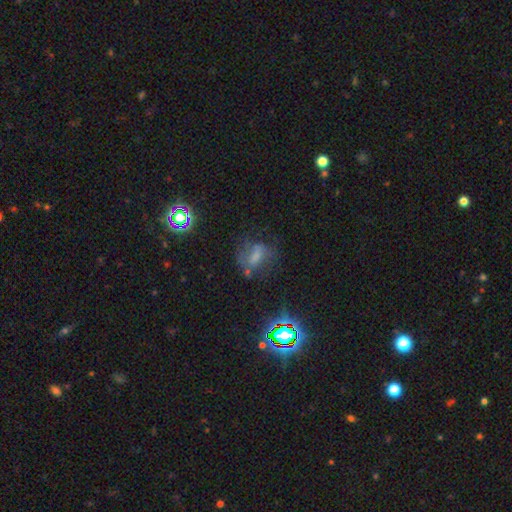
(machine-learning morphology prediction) A smooth galaxy with no disk features (39%).

Vote fractions:
- Smooth or featured? smooth: 39% / featured or disk: 33% / star or artifact: 27%
- Merging? none: 47% / major disturbance: 27% / minor disturbance: 22% / merger: 5%